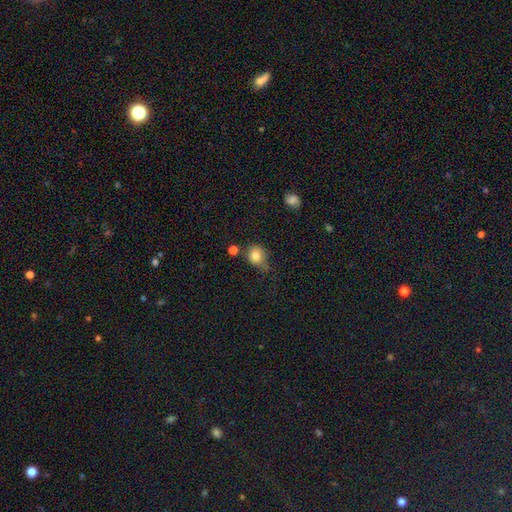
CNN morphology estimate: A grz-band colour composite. It shows a smooth galaxy with no disk features (80%) that is round (76%). Merging: none (53%).